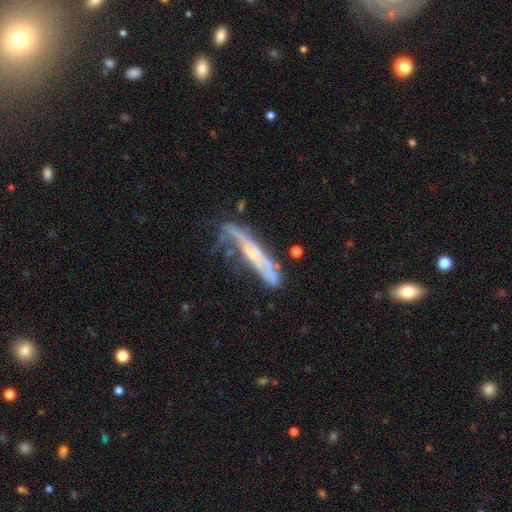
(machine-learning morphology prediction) Overall: featured or disk (69%). Edge-on disk: yes (64%; no 36%). Merging: none (41%; minor disturbance 29%).